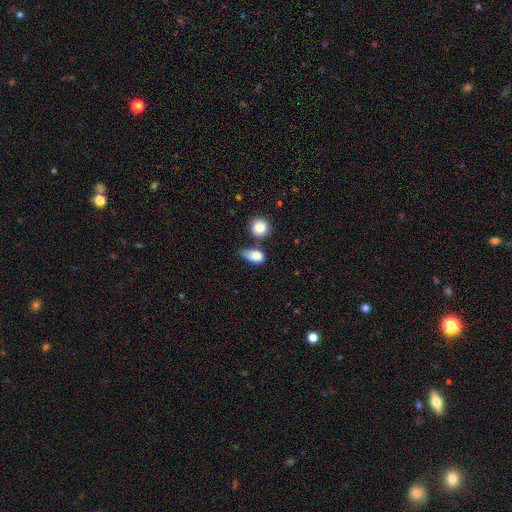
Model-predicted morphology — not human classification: A smooth galaxy with no disk features (83%) that is in between round and cigar-shaped (74%).

Vote fractions:
- Smooth or featured? smooth: 83% / star or artifact: 9% / featured or disk: 8%
- How rounded? in between: 74% / round: 23% / cigar-shaped: 3%
- Merging? none: 34% / minor disturbance: 32% / merger: 19% / major disturbance: 15%